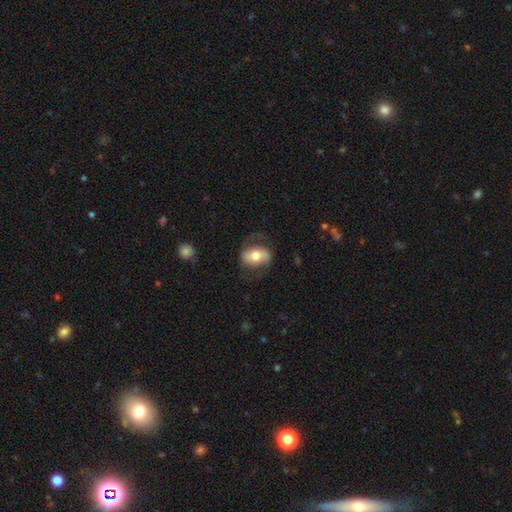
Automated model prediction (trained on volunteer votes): featured or disk 48%, smooth 45%, star or artifact 7%. Down the decision tree: merging — none (65%).